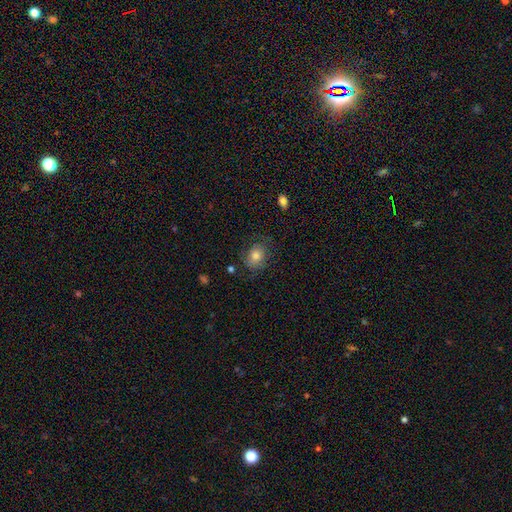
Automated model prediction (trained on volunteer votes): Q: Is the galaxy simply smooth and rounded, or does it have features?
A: smooth — 71%.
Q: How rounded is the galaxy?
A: round — 52%.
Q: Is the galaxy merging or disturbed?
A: none — 70%.